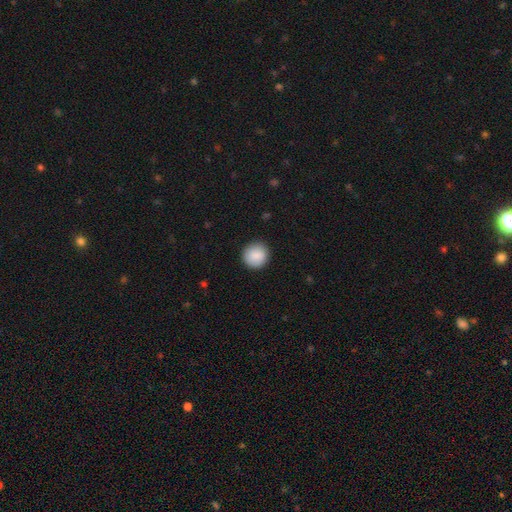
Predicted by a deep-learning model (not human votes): Overall: smooth (89%). How rounded: round (92%). Merging: none (91%).